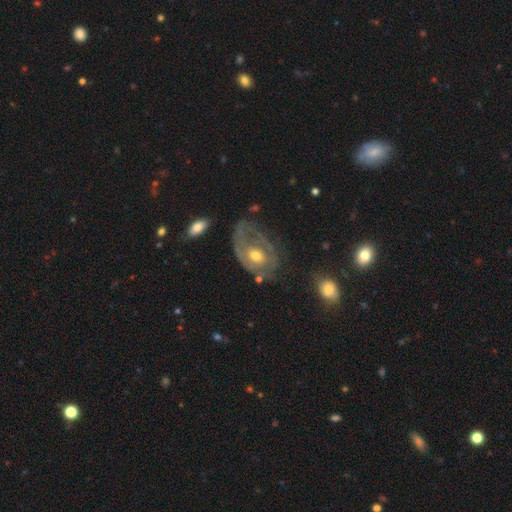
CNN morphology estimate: Smooth or featured? featured or disk (69%)
Edge-on disk? no (95%)
Bar? no (76%)
Spiral arms? yes (58%)
Bulge size? moderate (67%)
Merging? none (38%)